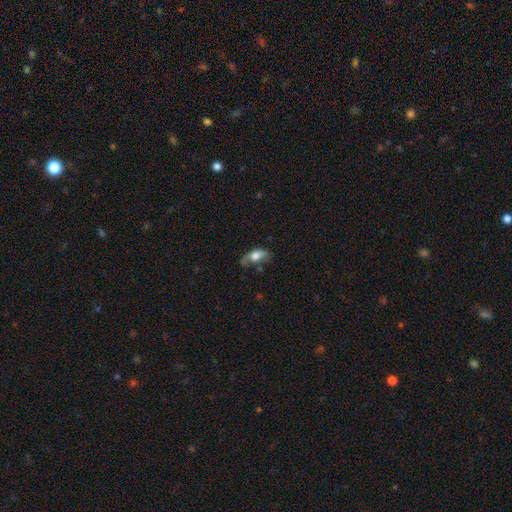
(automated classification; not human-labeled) Smooth or featured? Predicted: smooth (p=0.64). How rounded? Predicted: in between (p=0.84). Merging? Predicted: none (p=0.39).